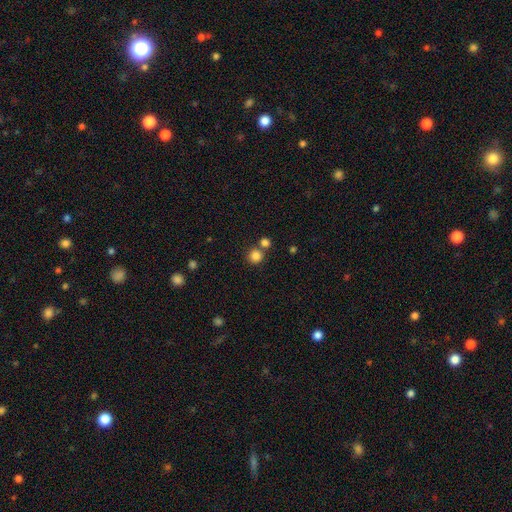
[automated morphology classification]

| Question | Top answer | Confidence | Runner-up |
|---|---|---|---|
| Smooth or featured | smooth | 83% | star or artifact (12%) |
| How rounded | round | 92% | in between (7%) |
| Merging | none | 69% | merger (22%) |